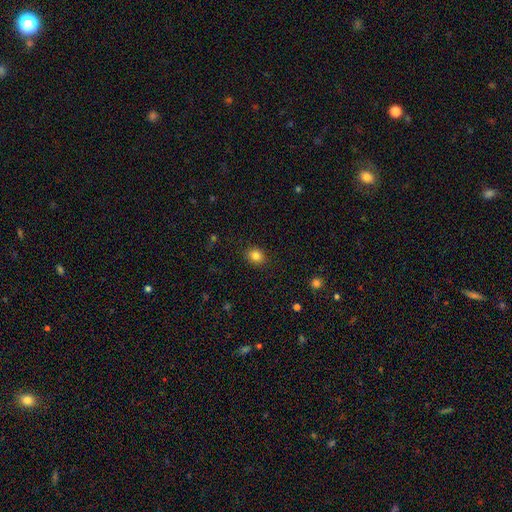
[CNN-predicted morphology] smooth-or-featured: smooth: 84% | star or artifact: 11% | featured or disk: 5%
  how-rounded: round: 56% | in between: 43% | cigar-shaped: 1%
  merging: none: 88% | minor disturbance: 9% | major disturbance: 3% | merger: 1%